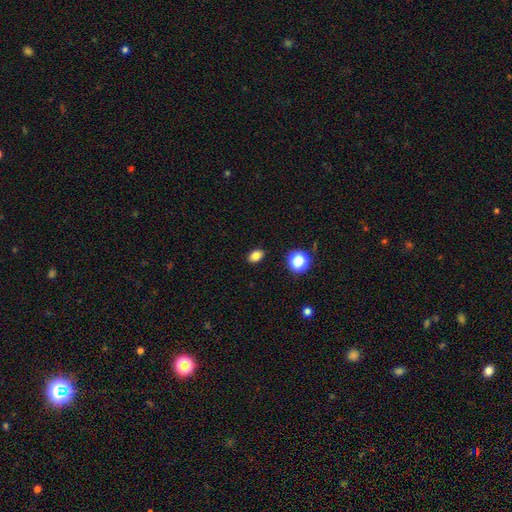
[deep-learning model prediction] smooth_or_featured: smooth (p=0.81) [alt: star or artifact p=0.13]
how_rounded: in between (p=0.77) [alt: round p=0.22]
merging: none (p=0.89) [alt: minor disturbance p=0.08]